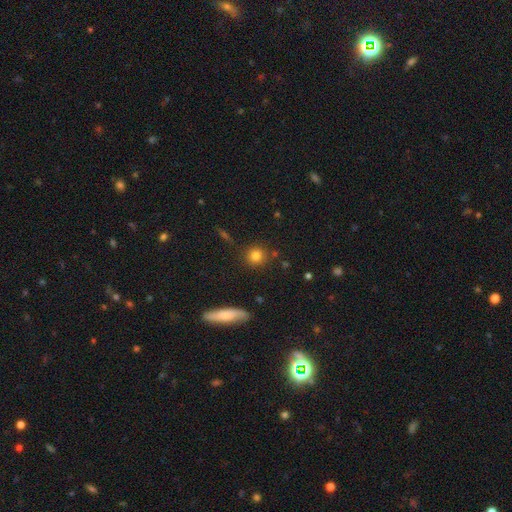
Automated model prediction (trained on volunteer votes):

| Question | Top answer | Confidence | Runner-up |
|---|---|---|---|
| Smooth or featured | smooth | 80% | star or artifact (12%) |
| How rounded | round | 88% | in between (10%) |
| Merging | none | 84% | minor disturbance (9%) |